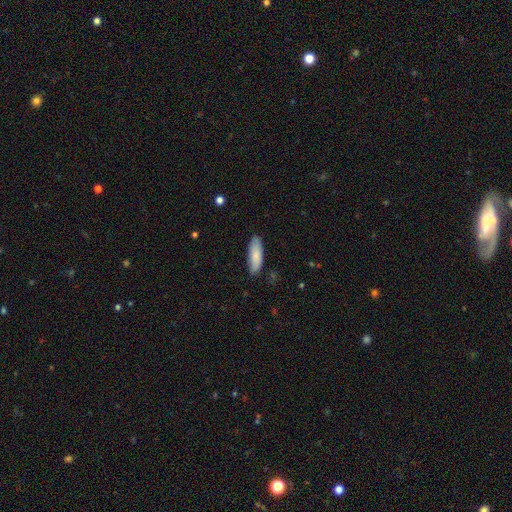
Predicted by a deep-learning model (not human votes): Smooth or featured? smooth (87%)
How rounded? in between (56%)
Merging? none (85%)